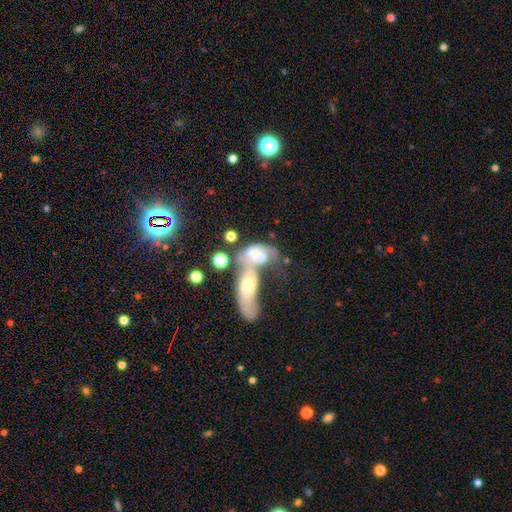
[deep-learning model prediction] smooth_or_featured: featured or disk (p=0.50) [alt: smooth p=0.42]
merging: merger (p=0.70) [alt: none p=0.12]